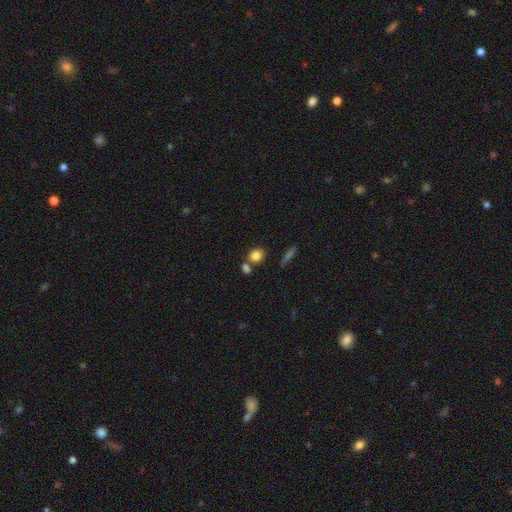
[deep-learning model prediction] Smooth or featured? Predicted: smooth (p=0.83). How rounded? Predicted: round (p=0.69). Merging? Predicted: none (p=0.62).